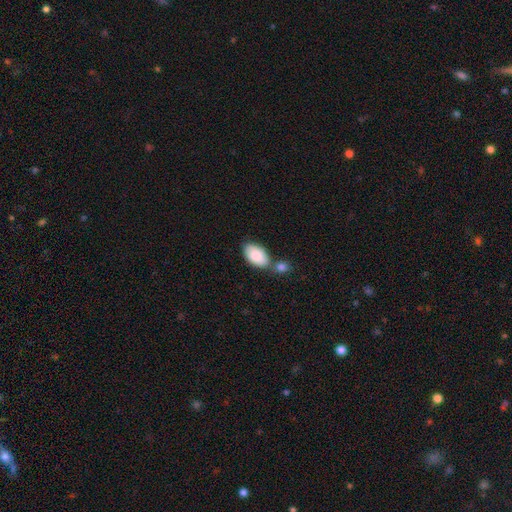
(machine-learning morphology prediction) Smooth or featured? smooth (83%)
How rounded? in between (94%)
Merging? none (50%)